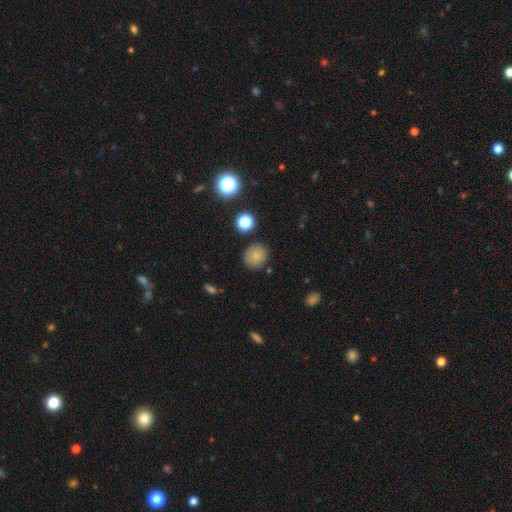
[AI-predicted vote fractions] Smooth or featured? Predicted: smooth (p=0.79). How rounded? Predicted: round (p=0.84). Merging? Predicted: none (p=0.86).